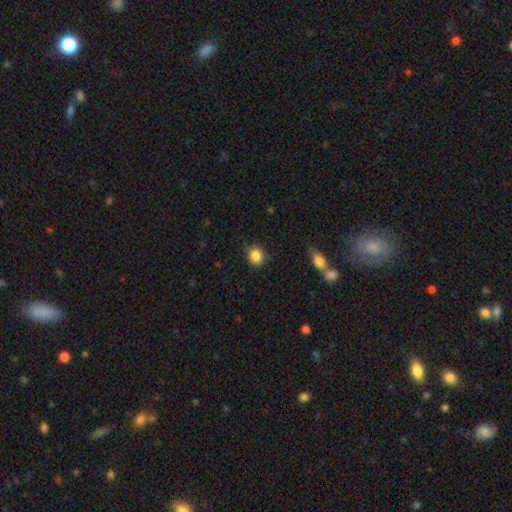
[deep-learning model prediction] A smooth galaxy with no disk features (87%) that is round (68%).

Vote fractions:
- Smooth or featured? smooth: 87% / star or artifact: 9% / featured or disk: 5%
- How rounded? round: 68% / in between: 31% / cigar-shaped: 1%
- Merging? none: 74% / minor disturbance: 19% / major disturbance: 4% / merger: 2%